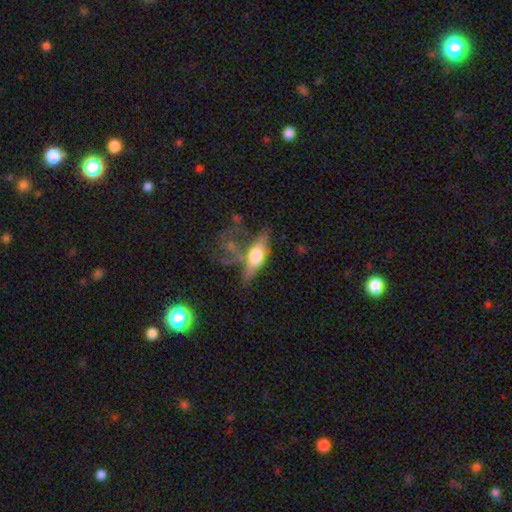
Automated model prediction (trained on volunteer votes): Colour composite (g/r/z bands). It shows a smooth galaxy with no disk features (49%). Merging: none (36%).